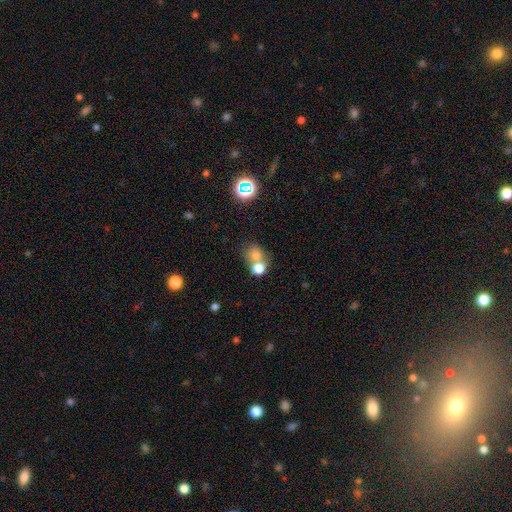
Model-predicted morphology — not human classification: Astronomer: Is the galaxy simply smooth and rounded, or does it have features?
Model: smooth — 73%.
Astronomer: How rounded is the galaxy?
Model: round — 74%.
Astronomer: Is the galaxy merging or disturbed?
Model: merger — 45% (runner-up: none, 42%).